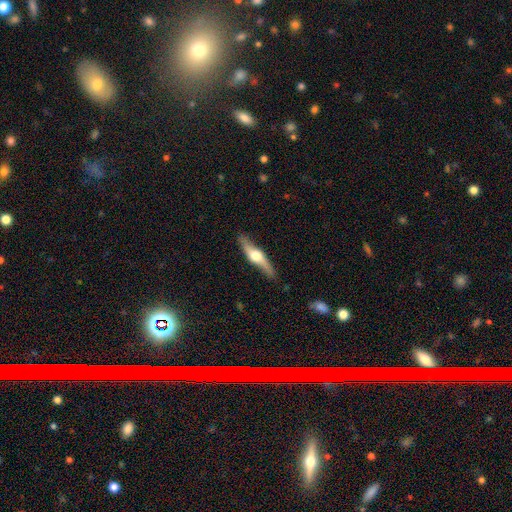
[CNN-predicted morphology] This is likely a featured or disk galaxy (68%). It is clearly viewed edge-on (92%). Edge-on bulge: clearly rounded (94%). Merging: clearly none (86%).